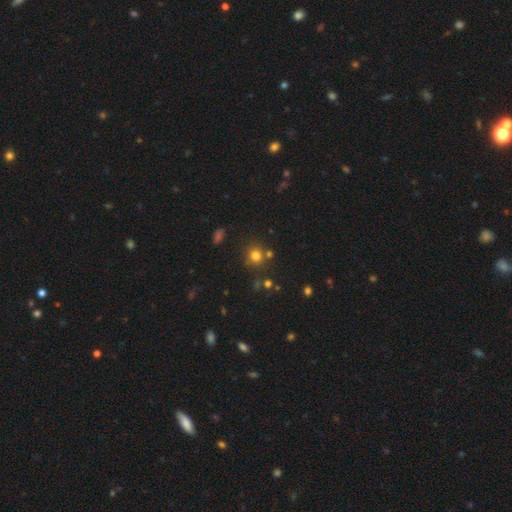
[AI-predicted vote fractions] A smooth galaxy with no disk features (75%) that is round (89%).

Vote fractions:
- Smooth or featured? smooth: 75% / star or artifact: 17% / featured or disk: 7%
- How rounded? round: 89% / in between: 10% / cigar-shaped: 1%
- Merging? none: 75% / merger: 11% / minor disturbance: 10% / major disturbance: 4%